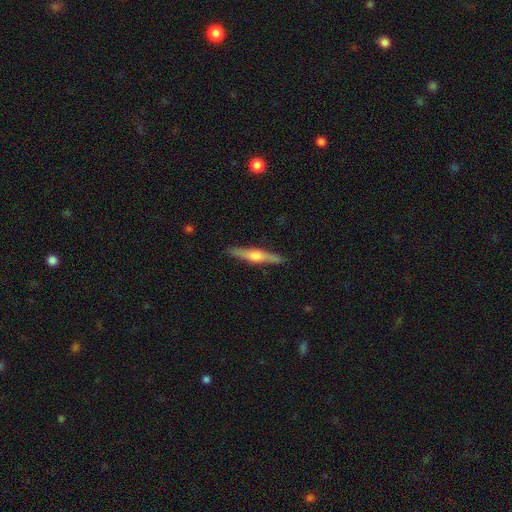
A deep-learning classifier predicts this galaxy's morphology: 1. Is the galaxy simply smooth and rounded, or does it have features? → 66% featured or disk, 28% smooth, 6% star or artifact.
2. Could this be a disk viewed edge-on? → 97% yes, 3% no.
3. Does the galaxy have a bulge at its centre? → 84% rounded, 11% boxy, 5% none.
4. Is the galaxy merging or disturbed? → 90% none, 7% minor disturbance, 2% major disturbance, 1% merger.